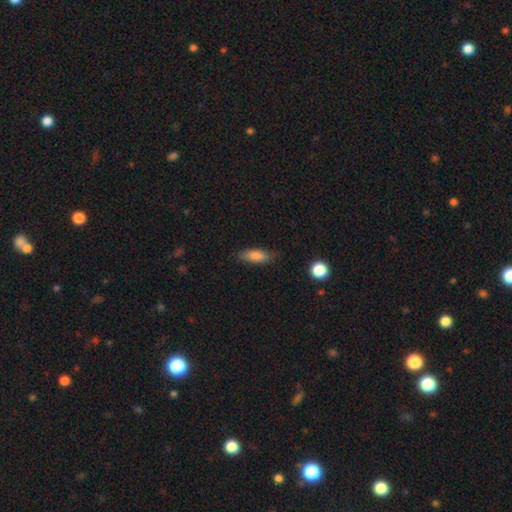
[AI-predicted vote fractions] Smooth or featured?
  - smooth: 81% *
  - featured or disk: 11%
  - star or artifact: 8%
How rounded?
  - in between: 67% *
  - cigar-shaped: 30%
  - round: 3%
Merging?
  - none: 81% *
  - minor disturbance: 15%
  - major disturbance: 3%
  - merger: 1%